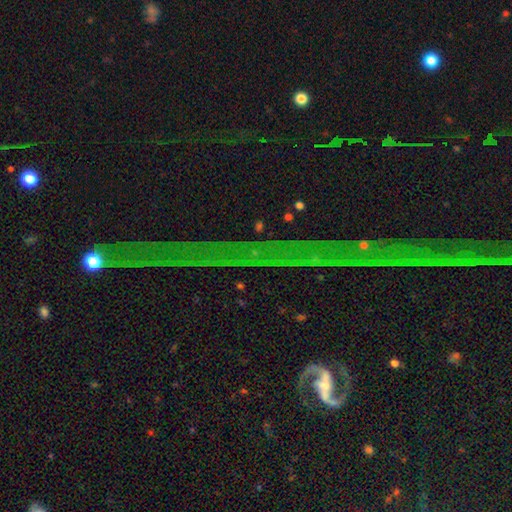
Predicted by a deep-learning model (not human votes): Smooth or featured? star or artifact (76%)